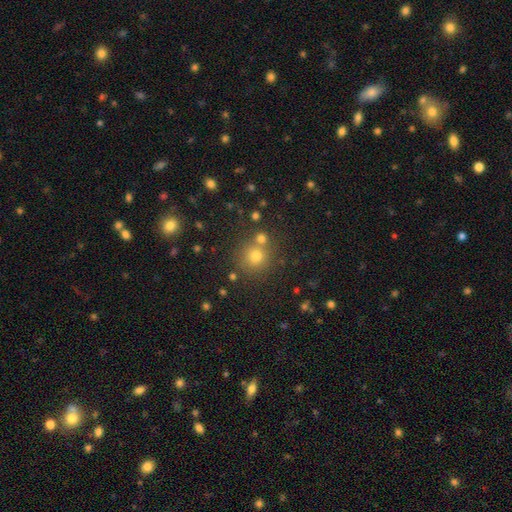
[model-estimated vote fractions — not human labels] This is likely a smooth galaxy (74%). How rounded: clearly round (90%). Merging: likely none (70%).